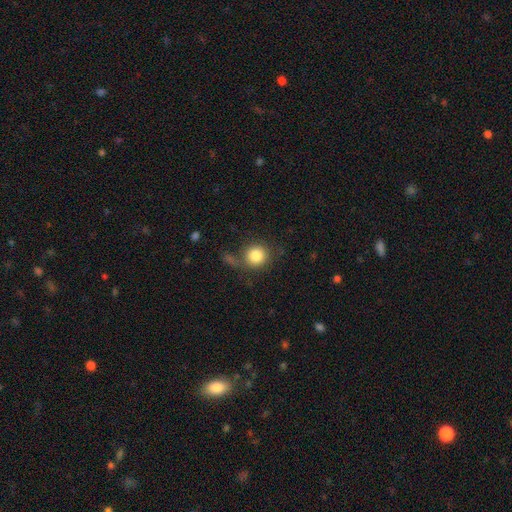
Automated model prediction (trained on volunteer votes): Smooth or featured: smooth — 83% (star or artifact — 9%)
How rounded: round — 90% (in between — 9%)
Merging: none — 66% (minor disturbance — 16%)